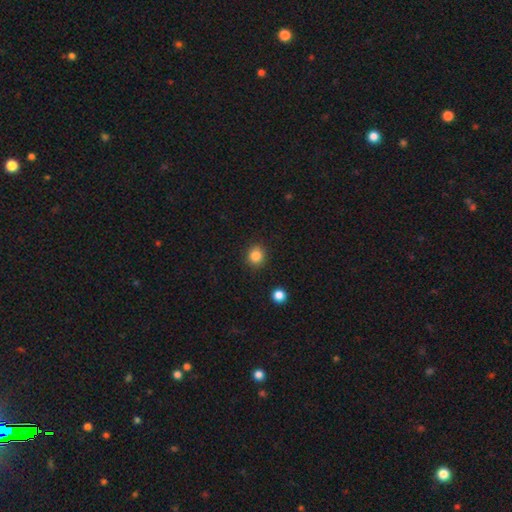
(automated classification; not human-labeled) A smooth galaxy with no disk features (85%) that is round (86%).

Vote fractions:
- Smooth or featured? smooth: 85% / star or artifact: 11% / featured or disk: 4%
- How rounded? round: 86% / in between: 13% / cigar-shaped: 1%
- Merging? none: 89% / minor disturbance: 7% / major disturbance: 2% / merger: 2%